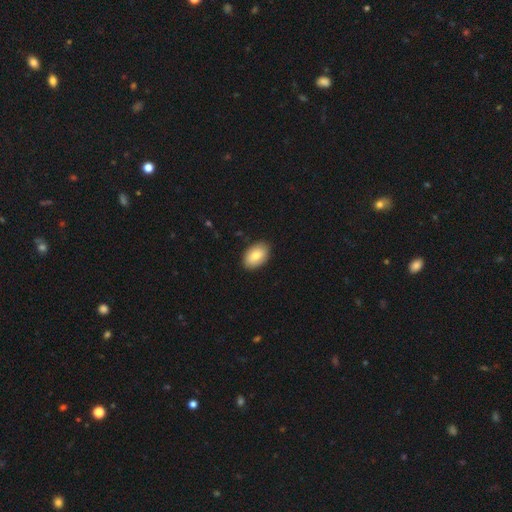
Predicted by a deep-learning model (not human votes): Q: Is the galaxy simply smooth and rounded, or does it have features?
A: smooth — 79%.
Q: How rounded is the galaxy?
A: in between — 91%.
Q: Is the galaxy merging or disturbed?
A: none — 87%.